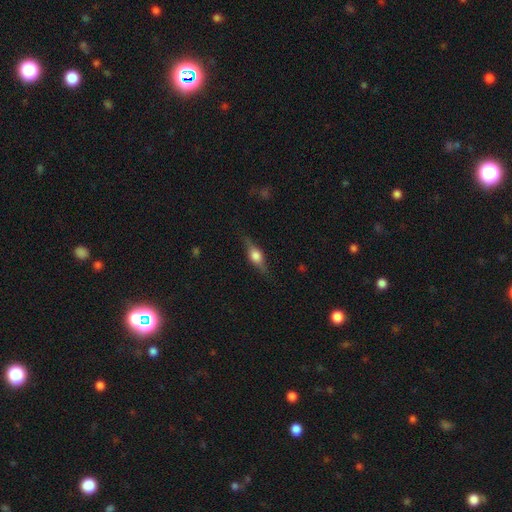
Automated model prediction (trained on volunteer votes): Smooth or featured? featured or disk (62%)
Edge-on disk? yes (95%)
Edge-on bulge? rounded (92%)
Merging? none (82%)